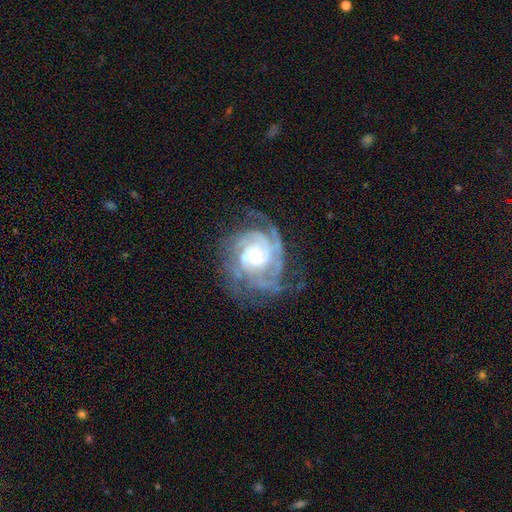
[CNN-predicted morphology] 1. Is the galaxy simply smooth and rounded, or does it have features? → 90% featured or disk, 5% smooth, 5% star or artifact.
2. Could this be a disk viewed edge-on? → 98% no, 2% yes.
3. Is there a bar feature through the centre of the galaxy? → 69% no, 24% weak, 7% strong.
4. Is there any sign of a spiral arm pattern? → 98% yes, 2% no.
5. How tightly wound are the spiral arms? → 68% tight, 27% medium, 5% loose.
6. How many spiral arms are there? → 29% 3, 23% 2, 21% can't tell, 14% 4, 7% more than 4, 6% 1.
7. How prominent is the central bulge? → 53% small, 37% moderate, 7% large, 2% none, 1% dominant.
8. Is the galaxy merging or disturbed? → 66% none, 19% minor disturbance, 13% major disturbance, 2% merger.